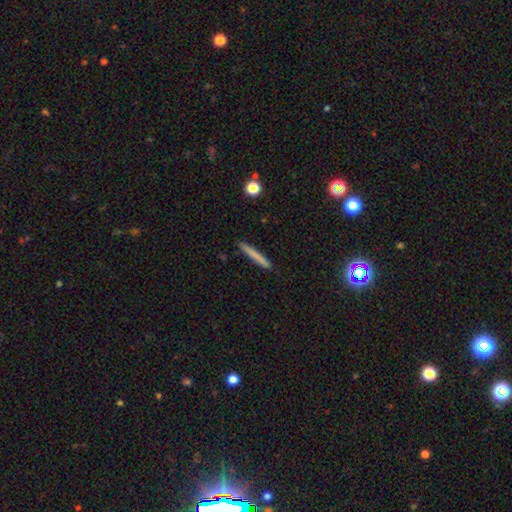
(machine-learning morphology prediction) Smooth or featured?
  - smooth: 73% *
  - featured or disk: 20%
  - star or artifact: 7%
How rounded?
  - cigar-shaped: 96% *
  - in between: 2%
  - round: 1%
Merging?
  - none: 91% *
  - minor disturbance: 6%
  - major disturbance: 1%
  - merger: 1%